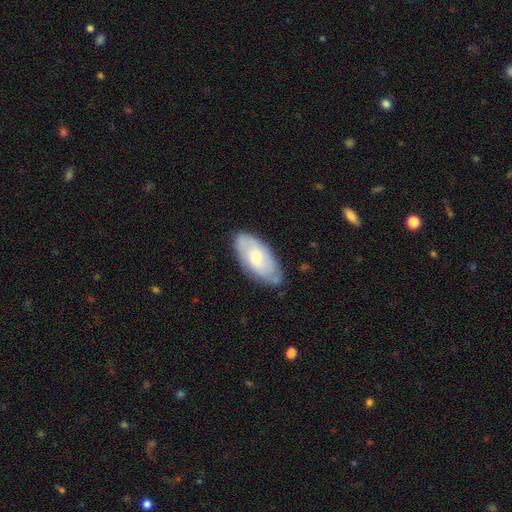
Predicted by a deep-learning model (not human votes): A smooth galaxy with no disk features (54%) that is in between round and cigar-shaped (90%). Merging: none (75%).